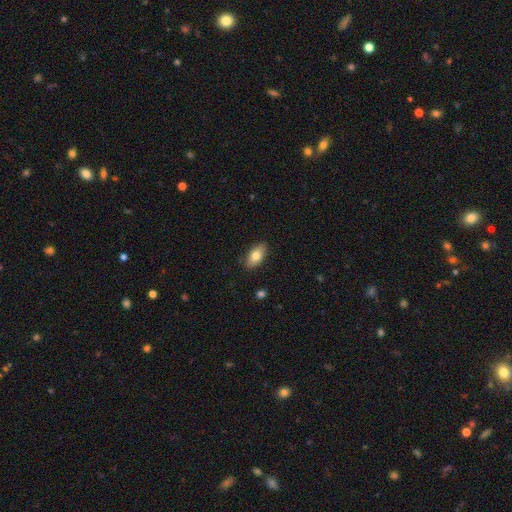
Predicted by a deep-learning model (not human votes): Morphology: type=smooth (78%); roundness=in between (90%); merging=none (87%).